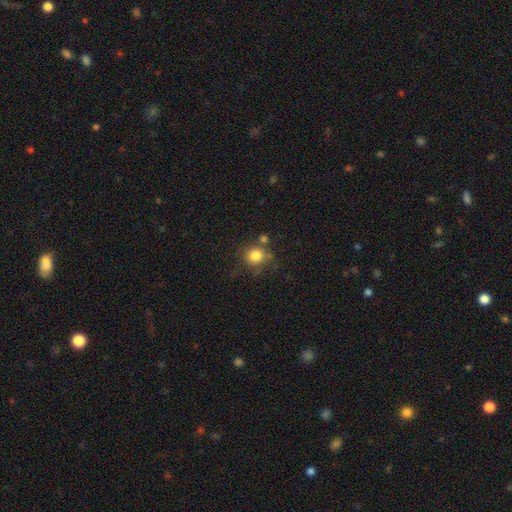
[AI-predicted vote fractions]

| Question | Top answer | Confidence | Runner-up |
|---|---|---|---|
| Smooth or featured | smooth | 81% | star or artifact (12%) |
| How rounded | round | 87% | in between (12%) |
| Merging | none | 68% | minor disturbance (14%) |